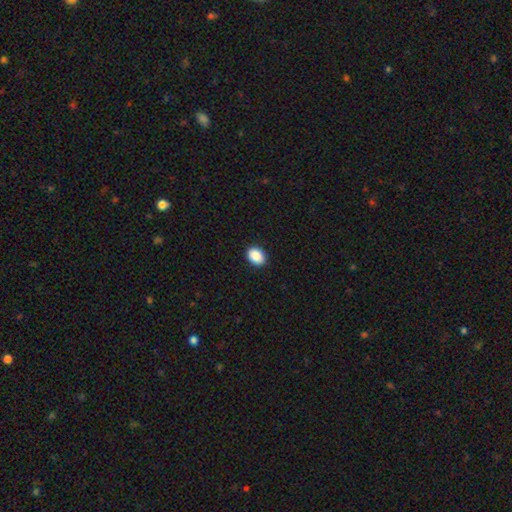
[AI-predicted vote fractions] Smooth or featured?
  - smooth: 90% *
  - star or artifact: 7%
  - featured or disk: 3%
How rounded?
  - in between: 74% *
  - round: 25%
  - cigar-shaped: 1%
Merging?
  - none: 90% *
  - minor disturbance: 7%
  - major disturbance: 2%
  - merger: 1%